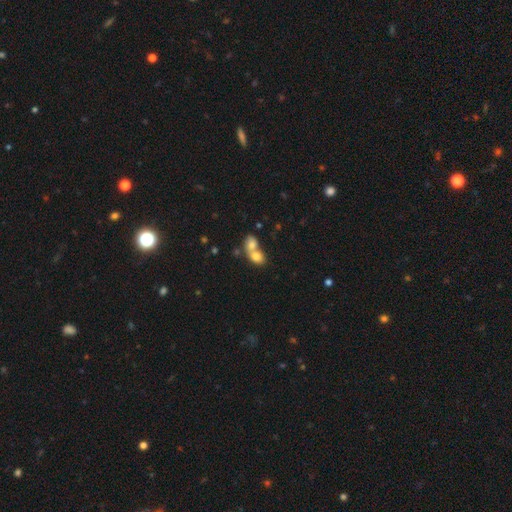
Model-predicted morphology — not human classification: smooth-or-featured: smooth: 76% | featured or disk: 14% | star or artifact: 10%
  how-rounded: in between: 62% | round: 36% | cigar-shaped: 2%
  merging: merger: 75% | none: 17% | minor disturbance: 5% | major disturbance: 3%